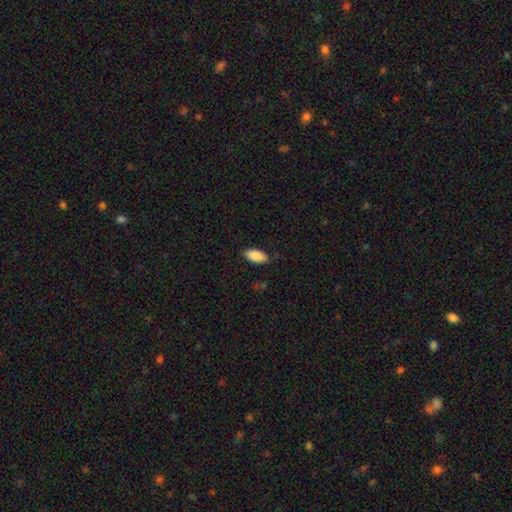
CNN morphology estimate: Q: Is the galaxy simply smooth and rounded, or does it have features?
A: smooth — 89%.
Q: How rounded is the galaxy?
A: in between — 91%.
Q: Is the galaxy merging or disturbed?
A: none — 86%.